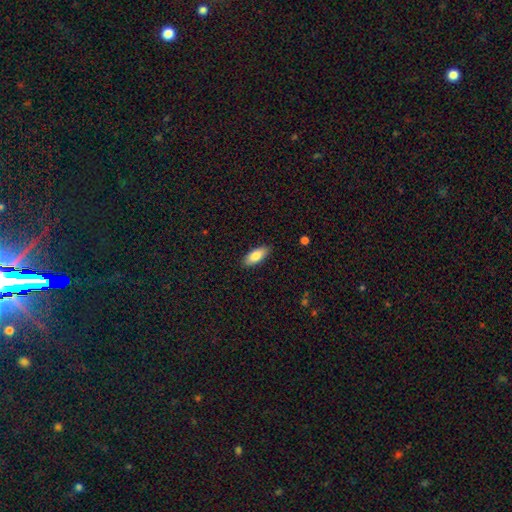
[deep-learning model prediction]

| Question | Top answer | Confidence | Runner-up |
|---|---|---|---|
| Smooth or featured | smooth | 84% | featured or disk (9%) |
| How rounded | in between | 83% | cigar-shaped (15%) |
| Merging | none | 87% | minor disturbance (10%) |